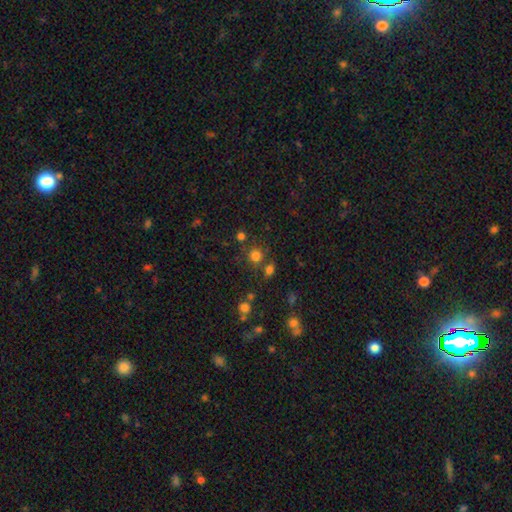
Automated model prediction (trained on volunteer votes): Smooth or featured? smooth (75%)
How rounded? round (89%)
Merging? none (73%)